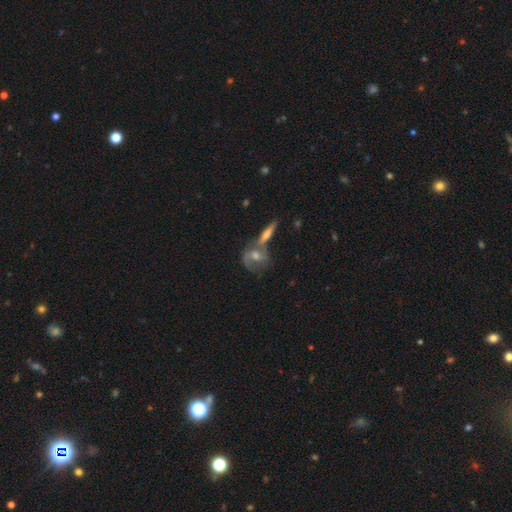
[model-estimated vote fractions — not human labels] A featured or disk galaxy (61%). Merging: none (45%).